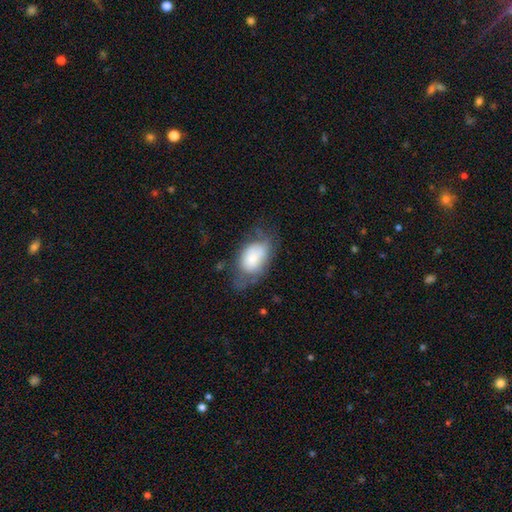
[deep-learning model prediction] smooth 57%, featured or disk 34%, star or artifact 9%. Down the decision tree: how rounded — in between (87%); merging — none (50%).